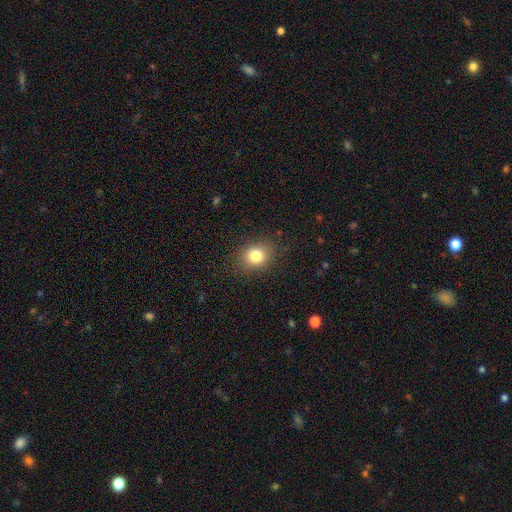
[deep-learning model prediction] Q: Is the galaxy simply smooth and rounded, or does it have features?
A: smooth — 81%.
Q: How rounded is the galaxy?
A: round — 58%.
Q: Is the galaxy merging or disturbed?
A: none — 86%.